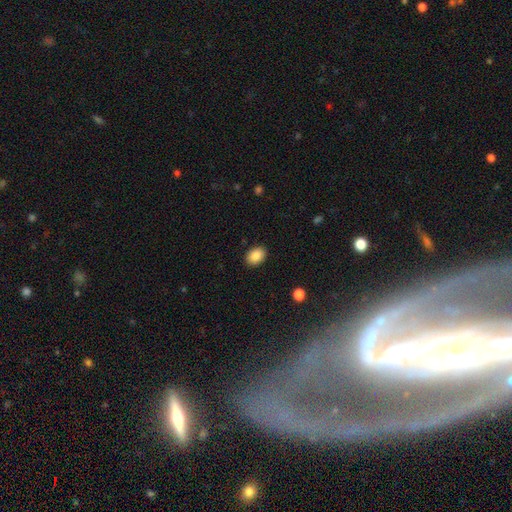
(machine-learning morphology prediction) The model was most divided on "how rounded": in between: 76%, round: 23%, cigar-shaped: 1%. More confident: merging — none (90%); smooth or featured — smooth (88%).